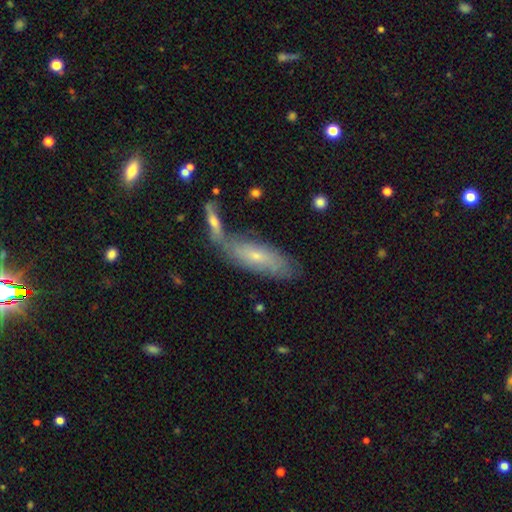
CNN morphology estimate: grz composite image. It shows a smooth galaxy with no disk features (48%). Merging: none (50%).